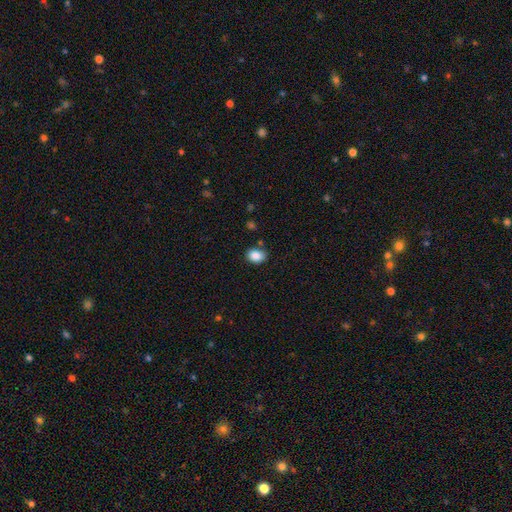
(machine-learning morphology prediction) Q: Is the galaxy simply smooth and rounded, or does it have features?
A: smooth — 88%.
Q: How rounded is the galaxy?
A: in between — 64%.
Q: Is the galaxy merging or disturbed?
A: none — 79%.